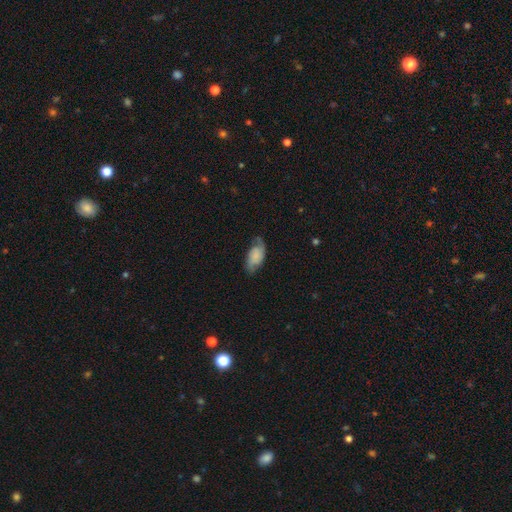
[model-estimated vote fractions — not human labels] This is possibly a smooth galaxy (48%). Merging: likely none (64%).